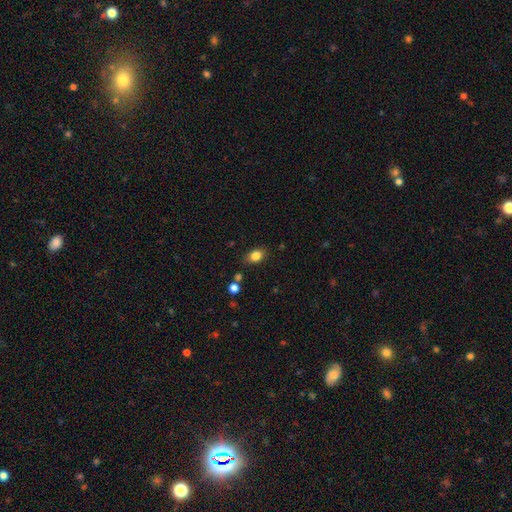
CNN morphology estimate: The model was most divided on "how rounded": in between: 76%, round: 22%, cigar-shaped: 2%. More confident: smooth or featured — smooth (83%); merging — none (78%).